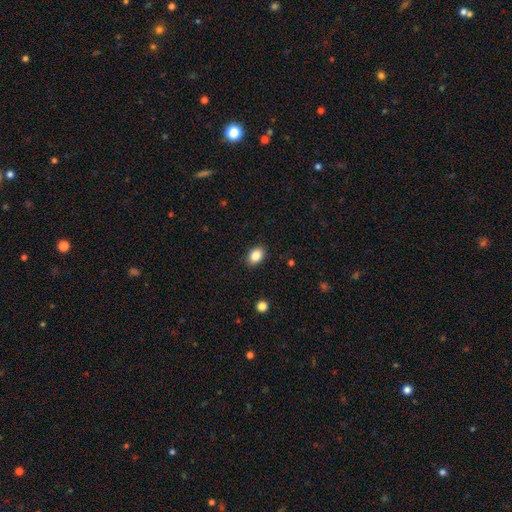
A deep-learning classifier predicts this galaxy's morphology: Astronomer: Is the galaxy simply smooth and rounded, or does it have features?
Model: smooth — 86%.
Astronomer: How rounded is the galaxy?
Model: in between — 80%.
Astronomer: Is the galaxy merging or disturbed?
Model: none — 89%.